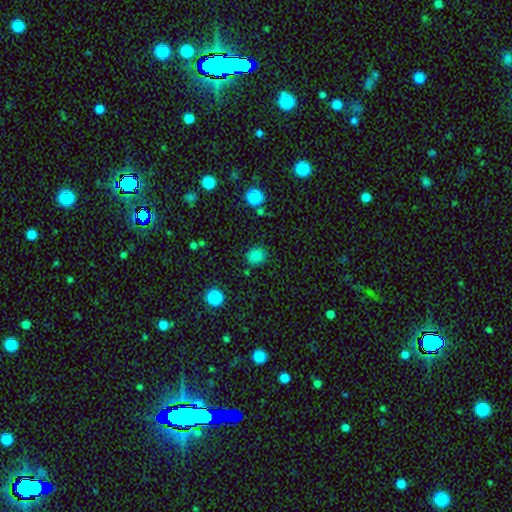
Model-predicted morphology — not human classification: smooth_or_featured: smooth (p=0.80) [alt: star or artifact p=0.14]
how_rounded: round (p=0.79) [alt: in between p=0.20]
merging: none (p=0.85) [alt: minor disturbance p=0.10]